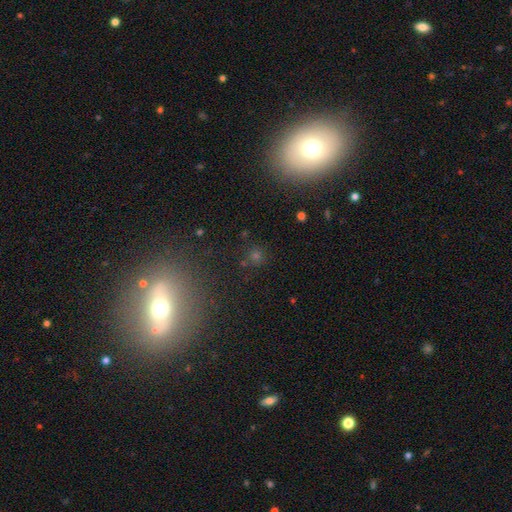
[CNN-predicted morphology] A smooth galaxy with no disk features (48%). Merging: none (81%).